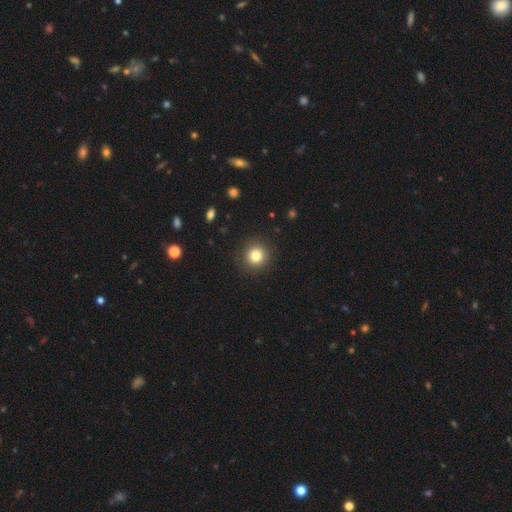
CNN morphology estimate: smooth_or_featured: smooth (p=0.82) [alt: star or artifact p=0.12]
how_rounded: round (p=0.93) [alt: in between p=0.06]
merging: none (p=0.91) [alt: minor disturbance p=0.06]